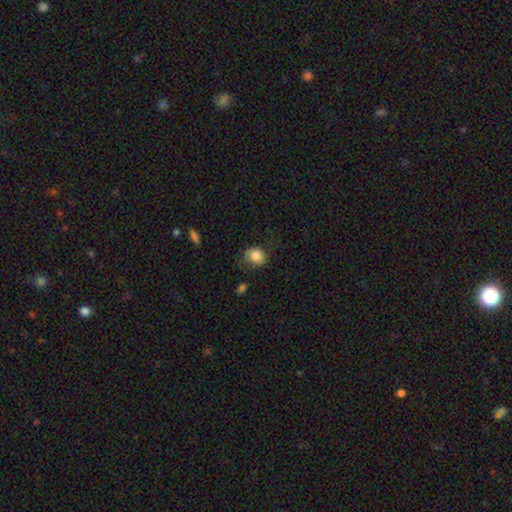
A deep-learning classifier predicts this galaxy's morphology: Smooth or featured: smooth — 81% (featured or disk — 11%)
How rounded: round — 62% (in between — 37%)
Merging: none — 59% (minor disturbance — 26%)